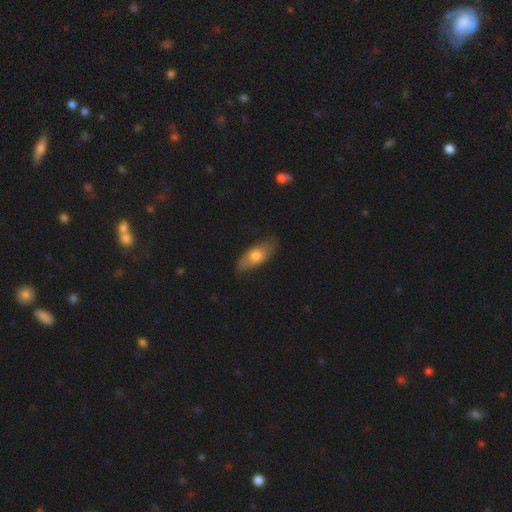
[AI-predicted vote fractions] Smooth or featured: smooth — 65% (featured or disk — 29%)
How rounded: in between — 82% (cigar-shaped — 14%)
Merging: none — 71% (minor disturbance — 23%)